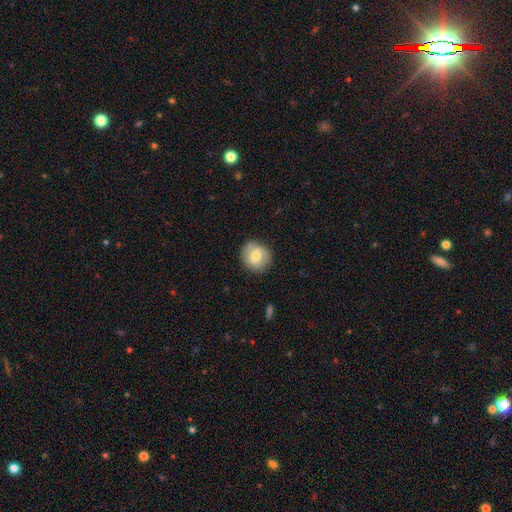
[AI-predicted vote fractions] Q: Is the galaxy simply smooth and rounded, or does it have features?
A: smooth — 60%.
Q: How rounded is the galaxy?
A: round — 82%.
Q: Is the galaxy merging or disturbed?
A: none — 80%.